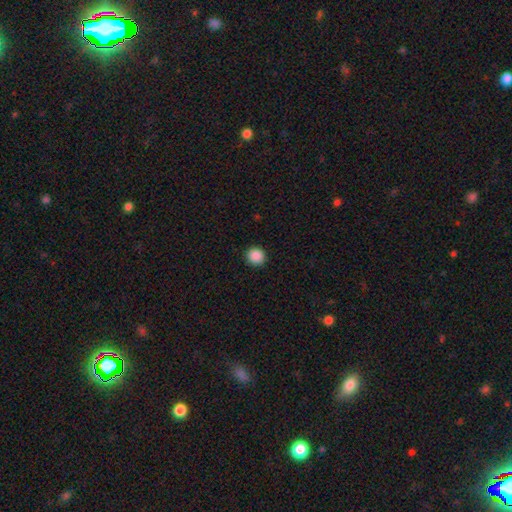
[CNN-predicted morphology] The model was most divided on "smooth or featured": smooth: 89%, star or artifact: 9%, featured or disk: 2%. More confident: how rounded — round (93%); merging — none (92%).